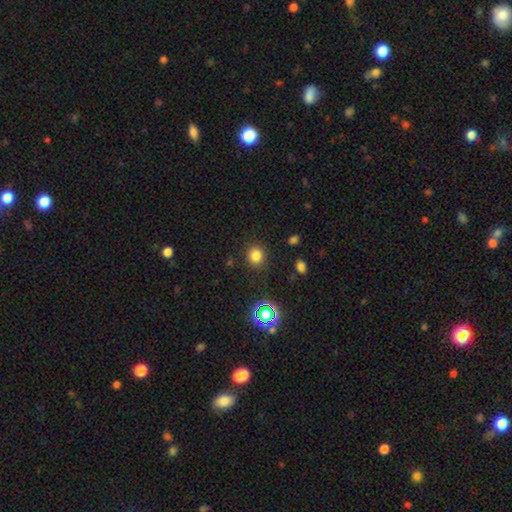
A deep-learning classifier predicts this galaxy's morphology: Smooth or featured?
  - smooth: 80% *
  - star or artifact: 15%
  - featured or disk: 5%
How rounded?
  - round: 85% *
  - in between: 15%
  - cigar-shaped: 1%
Merging?
  - none: 87% *
  - minor disturbance: 8%
  - major disturbance: 3%
  - merger: 2%